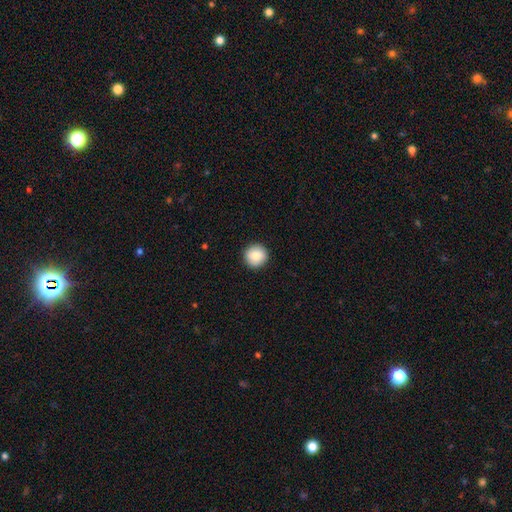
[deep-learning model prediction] Smooth or featured? Predicted: smooth (p=0.84). How rounded? Predicted: round (p=0.95). Merging? Predicted: none (p=0.92).